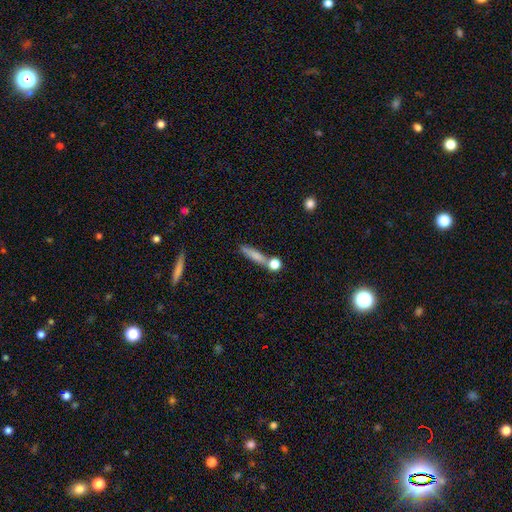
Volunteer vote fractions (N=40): Morphology: type=smooth (70%); roundness=cigar-shaped (68%); merging=none (63%).